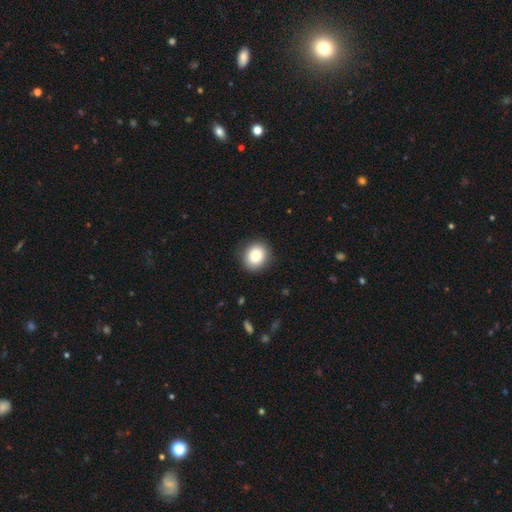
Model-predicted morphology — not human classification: Smooth or featured? smooth (81%)
How rounded? round (79%)
Merging? none (89%)